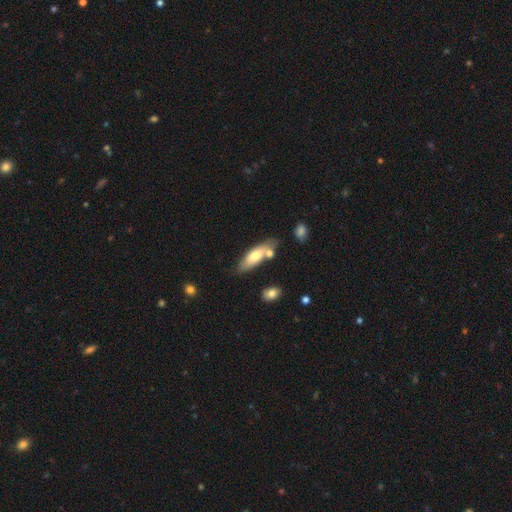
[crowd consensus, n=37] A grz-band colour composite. It shows a smooth galaxy with no disk features (59%) that is in between round and cigar-shaped (50%, tied with cigar-shaped). Merging: none (78%).